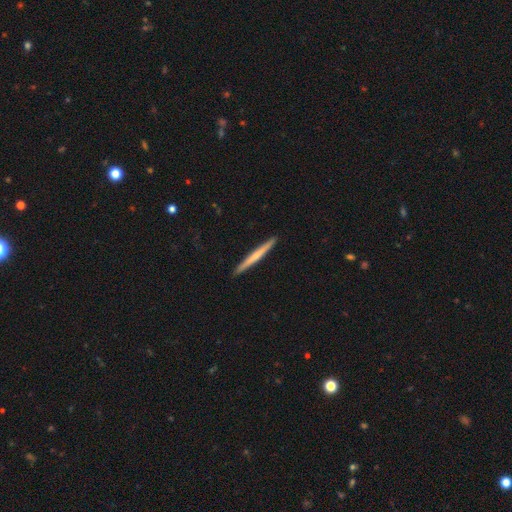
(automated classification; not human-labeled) Q: Smooth or featured?
A: smooth (48%); runner-up: featured or disk (47%)
Q: Merging?
A: none (93%); runner-up: minor disturbance (5%)